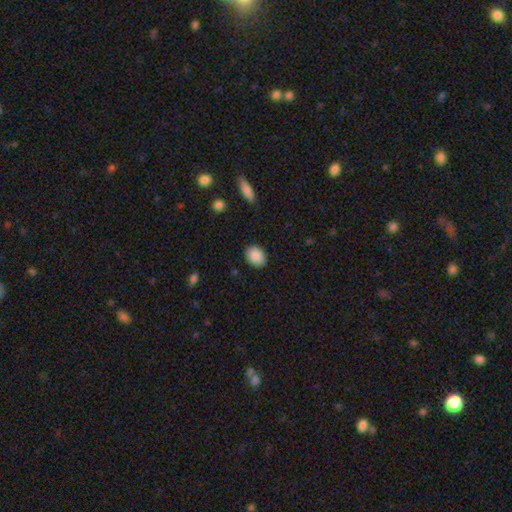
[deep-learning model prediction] A smooth galaxy with no disk features (87%) that is in between round and cigar-shaped (65%). Merging: none (88%).